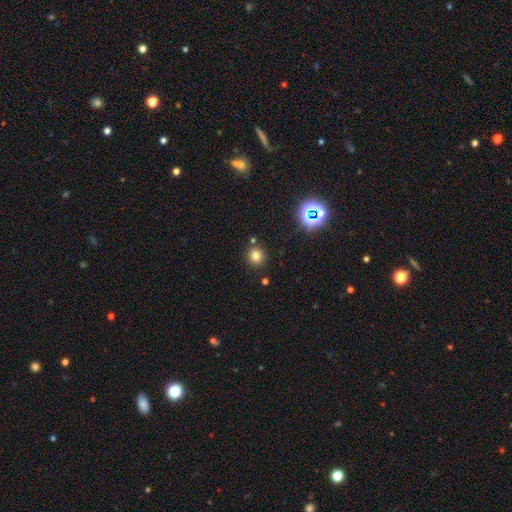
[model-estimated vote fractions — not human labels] This is likely a smooth galaxy (77%). How rounded: clearly round (92%). Merging: clearly none (83%).